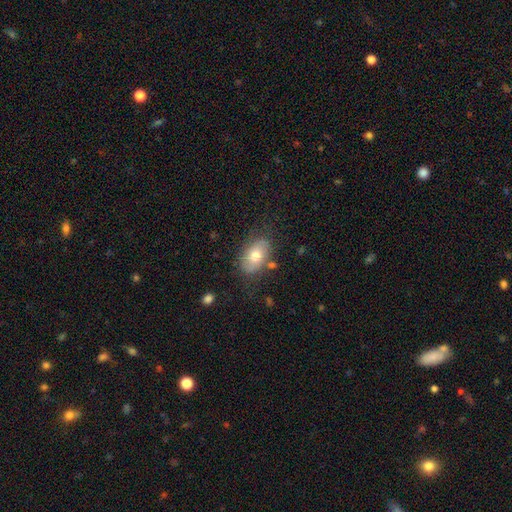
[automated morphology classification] A smooth galaxy with no disk features (64%) that is in between round and cigar-shaped (88%).

Vote fractions:
- Smooth or featured? smooth: 64% / featured or disk: 29% / star or artifact: 7%
- How rounded? in between: 88% / round: 11% / cigar-shaped: 1%
- Merging? none: 72% / minor disturbance: 19% / major disturbance: 6% / merger: 4%